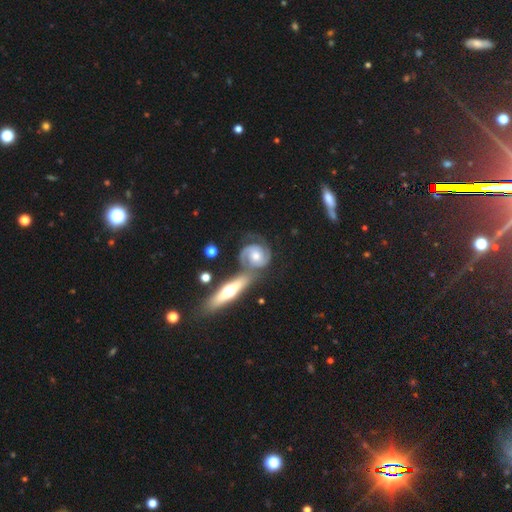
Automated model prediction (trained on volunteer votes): A featured or disk galaxy (88%) with no bar (57%), 2 (90%) tight (46%) spiral arms (97%) and a moderate central bulge (64%). Merging: none (51%).